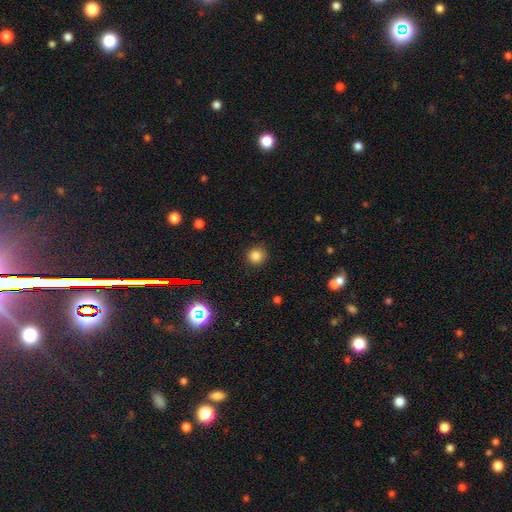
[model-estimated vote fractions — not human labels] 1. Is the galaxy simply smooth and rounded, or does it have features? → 82% smooth, 13% star or artifact, 4% featured or disk.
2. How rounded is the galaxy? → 94% round, 5% in between, 1% cigar-shaped.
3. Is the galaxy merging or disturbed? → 90% none, 7% minor disturbance, 2% major disturbance, 1% merger.